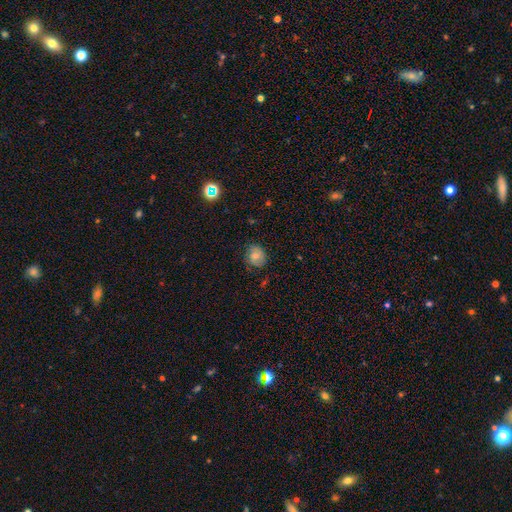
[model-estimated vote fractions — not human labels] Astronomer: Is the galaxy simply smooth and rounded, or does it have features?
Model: smooth — 69%.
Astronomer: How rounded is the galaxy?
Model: round — 71%.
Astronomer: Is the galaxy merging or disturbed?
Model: none — 73%.